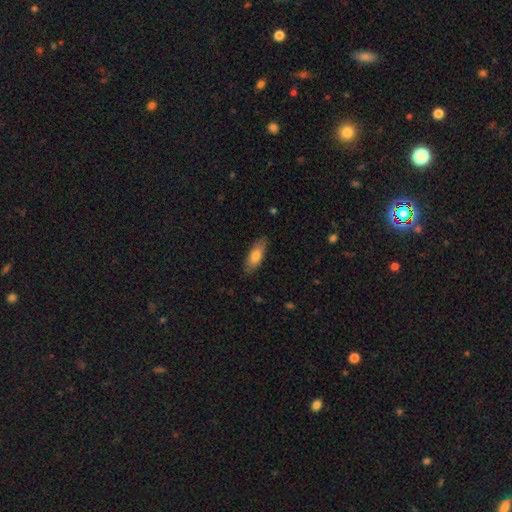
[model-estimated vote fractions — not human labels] The model was most divided on "how rounded": in between: 77%, cigar-shaped: 21%, round: 2%. More confident: merging — none (82%); smooth or featured — smooth (75%).